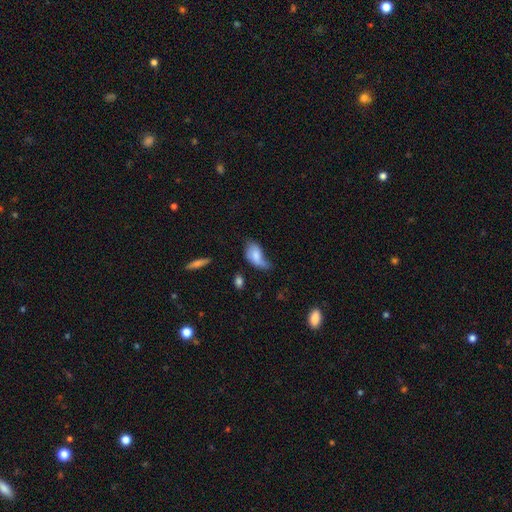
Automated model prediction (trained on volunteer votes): Smooth or featured? smooth (63%)
How rounded? in between (90%)
Merging? minor disturbance (37%)